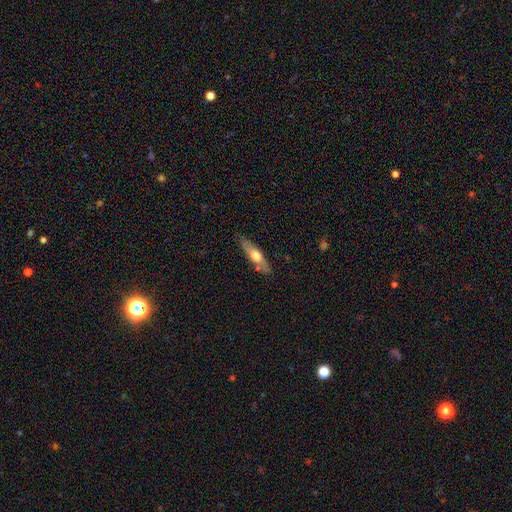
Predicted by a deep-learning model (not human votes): smooth 50%, featured or disk 44%, star or artifact 5%. Down the decision tree: how rounded — cigar-shaped (65%); merging — none (80%).